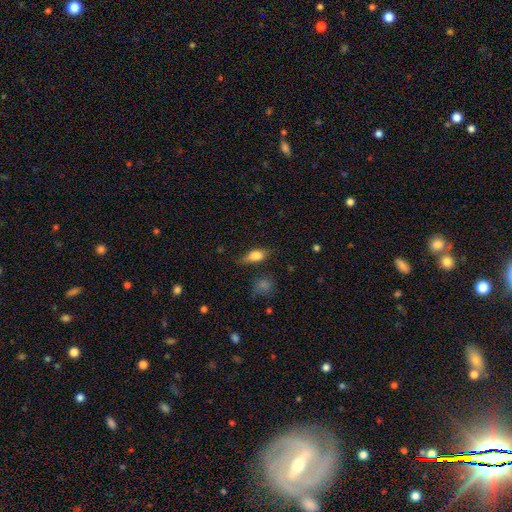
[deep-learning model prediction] A smooth galaxy with no disk features (75%) that is in between round and cigar-shaped (77%).

Vote fractions:
- Smooth or featured? smooth: 75% / featured or disk: 16% / star or artifact: 9%
- How rounded? in between: 77% / cigar-shaped: 15% / round: 8%
- Merging? none: 67% / minor disturbance: 23% / major disturbance: 7% / merger: 3%